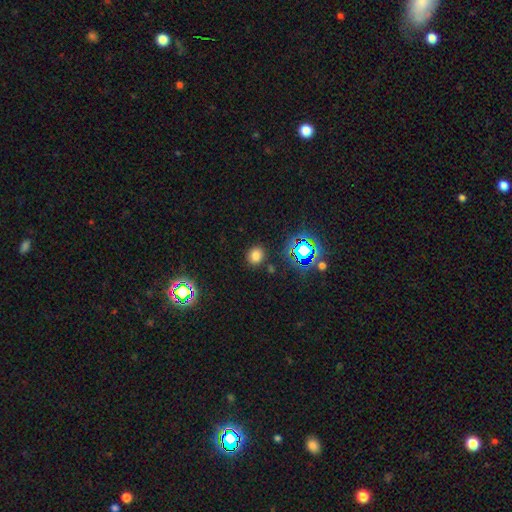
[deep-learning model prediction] Overall: smooth (72%). How rounded: round (76%). Merging: none (87%).